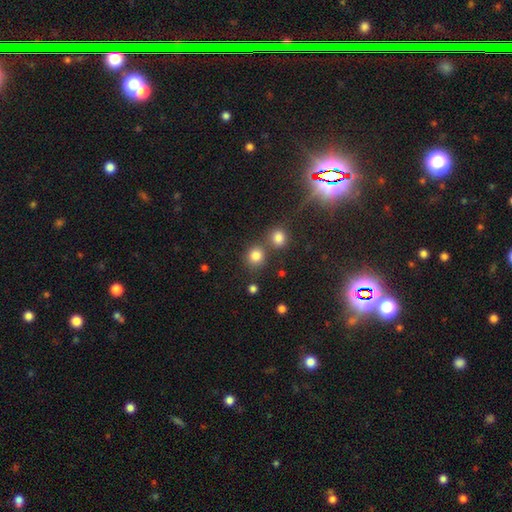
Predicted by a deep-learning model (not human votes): Smooth or featured: smooth — 81% (star or artifact — 13%)
How rounded: round — 86% (in between — 13%)
Merging: none — 64% (merger — 24%)